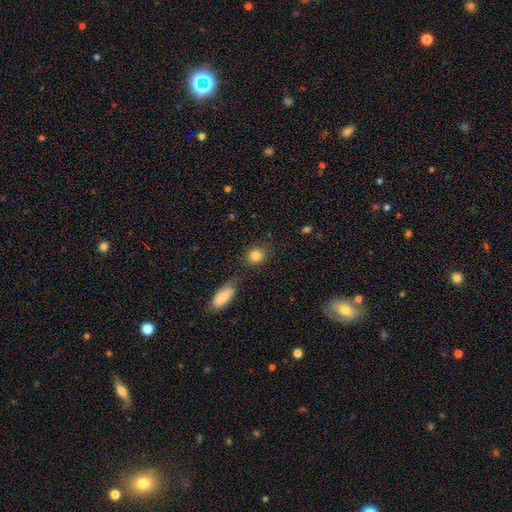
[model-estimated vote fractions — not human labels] smooth 85%, star or artifact 10%, featured or disk 6%. Down the decision tree: how rounded — round (81%); merging — none (78%).